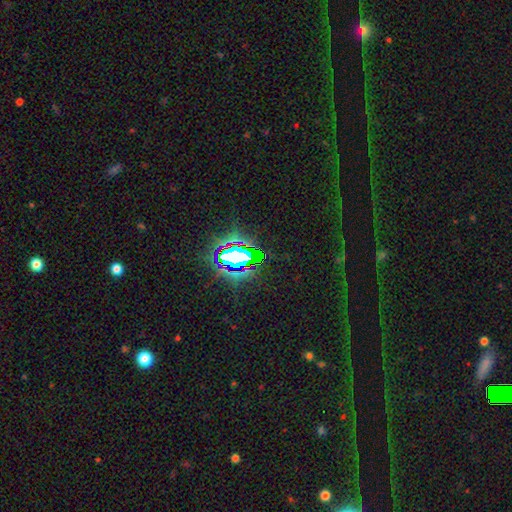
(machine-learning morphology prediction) type=star or artifact (79%).